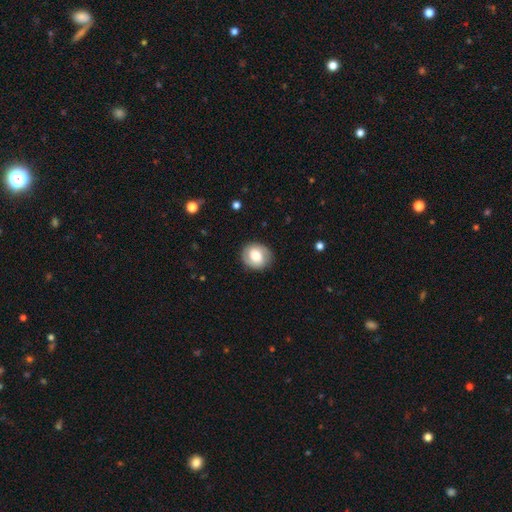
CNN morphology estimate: Overall: smooth (63%; featured or disk 29%). How rounded: round (70%). Merging: none (84%).